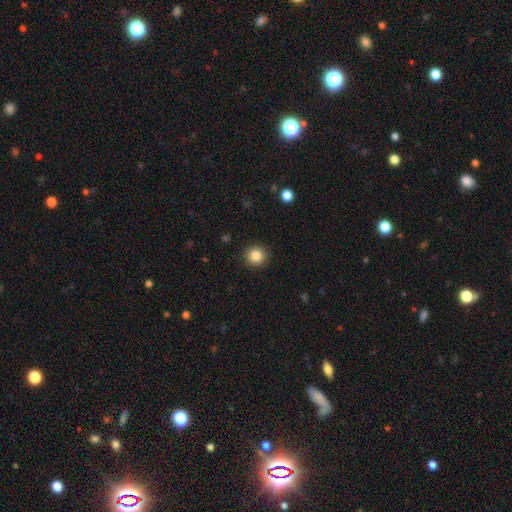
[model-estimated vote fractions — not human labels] Morphology: type=smooth (85%); roundness=round (93%); merging=none (92%).